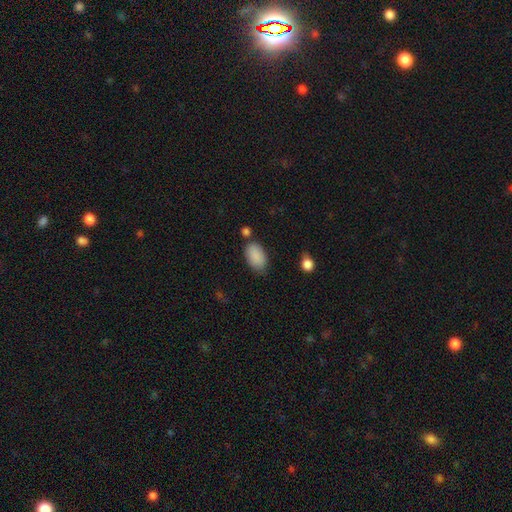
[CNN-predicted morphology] type=smooth (89%); roundness=in between (93%); merging=none (71%).